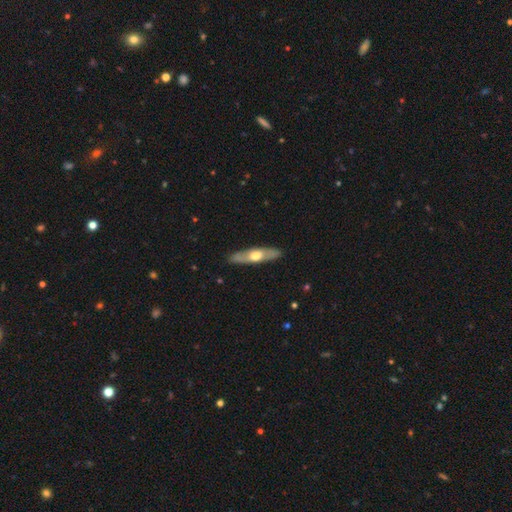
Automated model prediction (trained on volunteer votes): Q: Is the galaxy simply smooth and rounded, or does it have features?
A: featured or disk — 52%.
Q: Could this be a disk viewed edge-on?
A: yes — 73%.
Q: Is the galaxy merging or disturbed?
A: none — 88%.